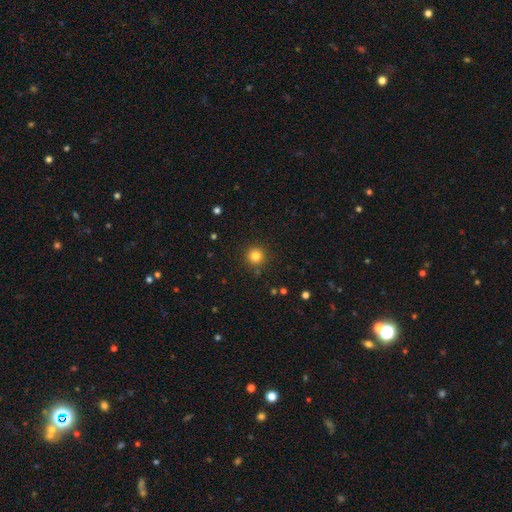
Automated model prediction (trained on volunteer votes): Q: Smooth or featured?
A: smooth (82%); runner-up: star or artifact (13%)
Q: How rounded?
A: round (96%); runner-up: in between (4%)
Q: Merging?
A: none (90%); runner-up: minor disturbance (6%)